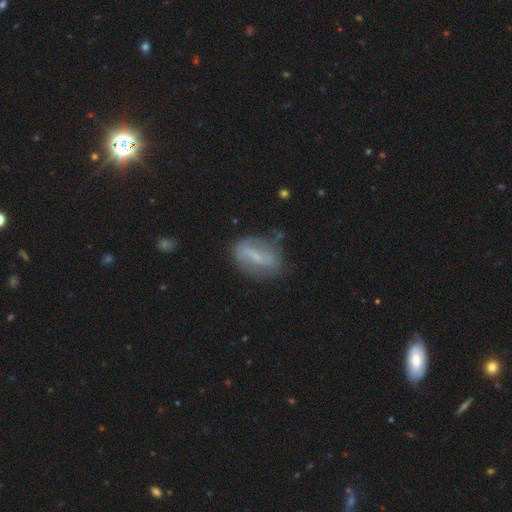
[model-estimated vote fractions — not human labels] Smooth or featured: featured or disk — 56% (smooth — 36%)
Edge-on disk: no — 92% (yes — 8%)
Bar: weak — 42% (strong — 40%)
Spiral arms: yes — 60% (no — 40%)
Bulge size: small — 50% (none — 28%)
Merging: none — 65% (minor disturbance — 23%)